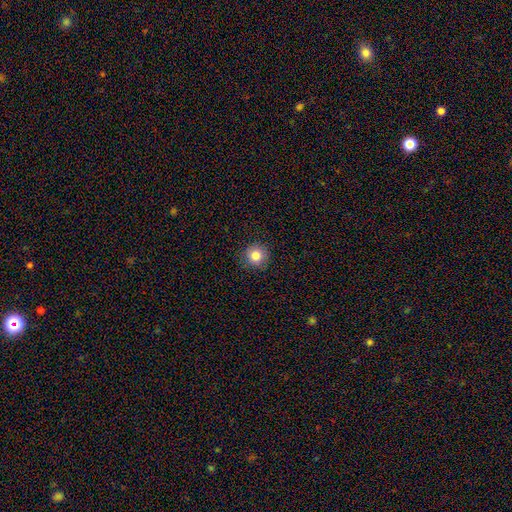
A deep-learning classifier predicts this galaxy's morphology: smooth_or_featured: smooth (p=0.83) [alt: star or artifact p=0.11]
how_rounded: round (p=0.94) [alt: in between p=0.05]
merging: none (p=0.90) [alt: minor disturbance p=0.07]